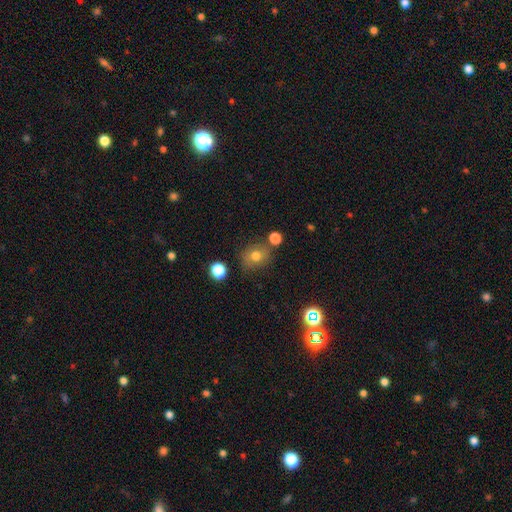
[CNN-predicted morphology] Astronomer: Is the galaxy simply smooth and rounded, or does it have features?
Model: smooth — 74%.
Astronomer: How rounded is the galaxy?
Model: round — 69%.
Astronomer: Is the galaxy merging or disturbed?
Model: none — 72%.